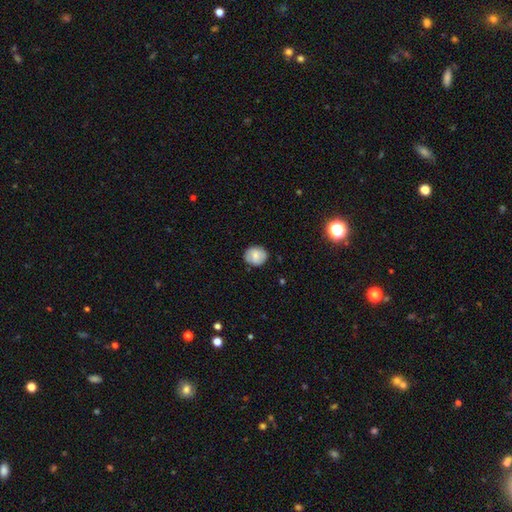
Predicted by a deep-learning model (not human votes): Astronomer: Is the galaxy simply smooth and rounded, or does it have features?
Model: smooth — 70%.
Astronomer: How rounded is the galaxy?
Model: round — 73%.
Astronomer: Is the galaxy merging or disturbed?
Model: none — 81%.